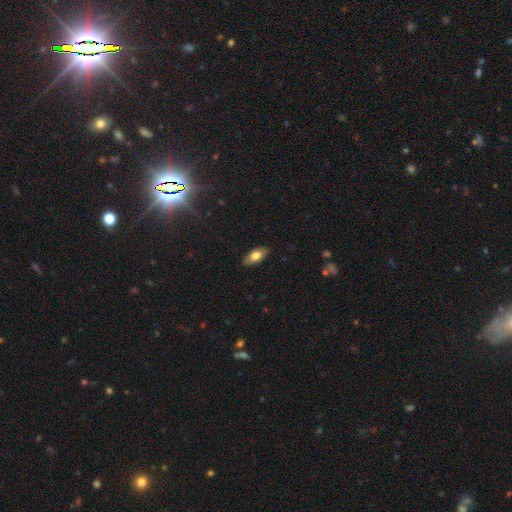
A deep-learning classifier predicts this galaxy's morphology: The model was most divided on "smooth or featured": smooth: 71%, featured or disk: 22%, star or artifact: 6%. More confident: merging — none (88%); how rounded — in between (85%).